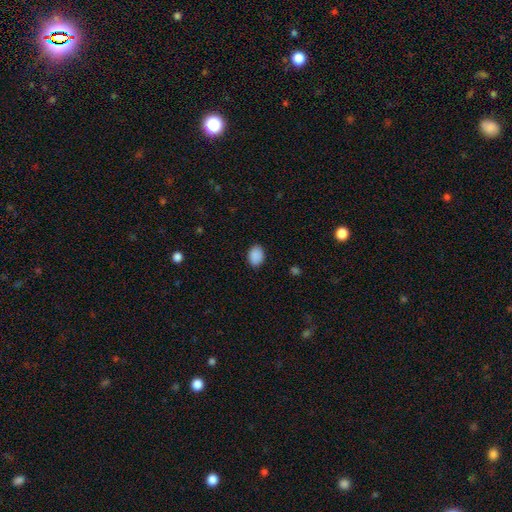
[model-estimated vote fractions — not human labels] Smooth or featured: smooth — 90% (star or artifact — 7%)
How rounded: in between — 80% (round — 19%)
Merging: none — 87% (minor disturbance — 10%)